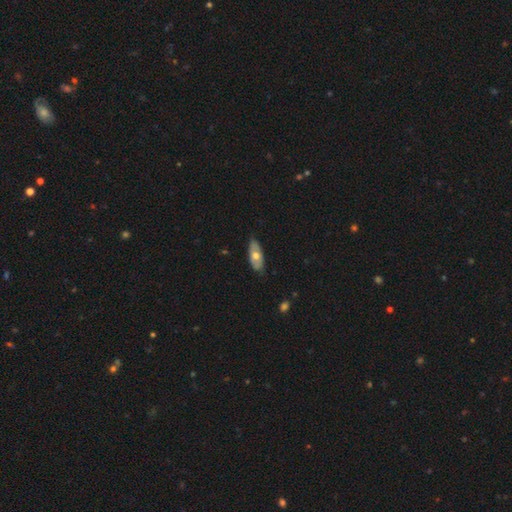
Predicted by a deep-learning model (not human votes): This is possibly a smooth galaxy (52%). How rounded: clearly in between (85%). Merging: likely none (79%).